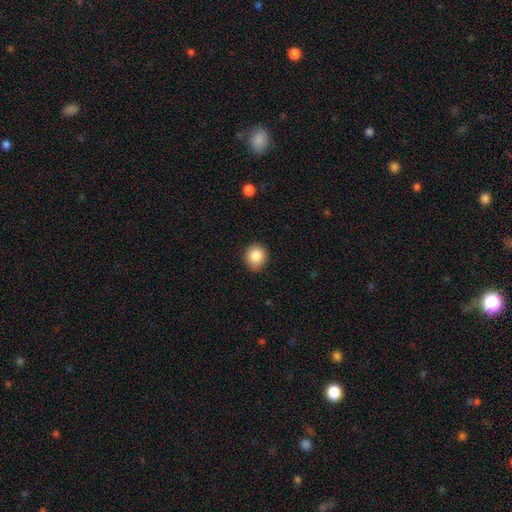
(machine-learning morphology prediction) This is clearly a smooth galaxy (85%). How rounded: clearly round (83%). Merging: clearly none (87%).